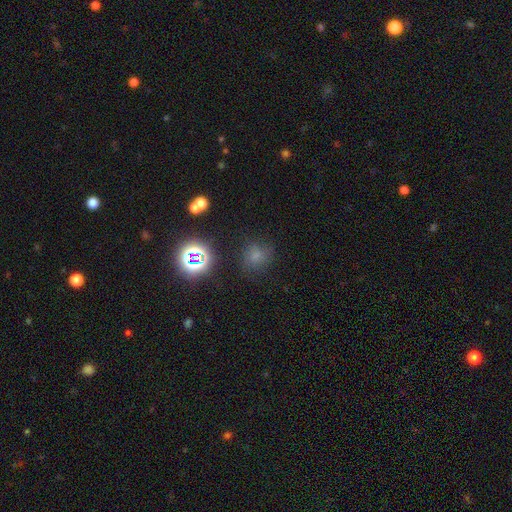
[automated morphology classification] Smooth or featured: smooth — 61% (star or artifact — 29%)
How rounded: round — 79% (in between — 19%)
Merging: none — 74% (minor disturbance — 16%)